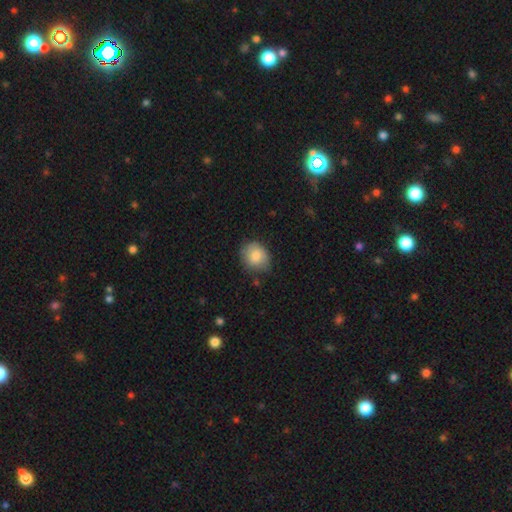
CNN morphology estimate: Smooth or featured?
  - smooth: 82% *
  - featured or disk: 10%
  - star or artifact: 8%
How rounded?
  - round: 68% *
  - in between: 31%
  - cigar-shaped: 1%
Merging?
  - none: 72% *
  - minor disturbance: 22%
  - major disturbance: 4%
  - merger: 2%